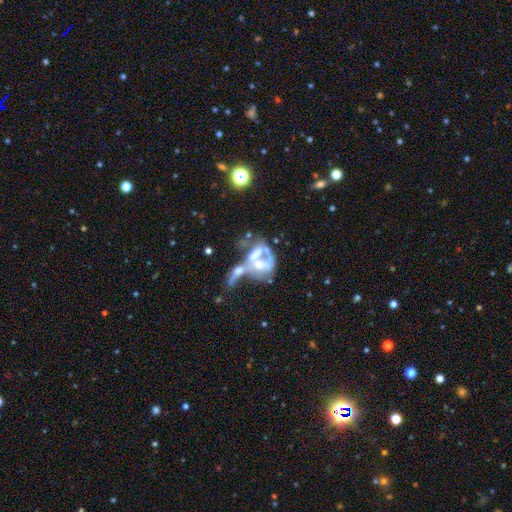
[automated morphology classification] Smooth or featured? Predicted: featured or disk (p=0.64). Edge-on disk? Predicted: no (p=0.95). Bar? Predicted: no (p=0.72). Spiral arms? Predicted: no (p=0.69). Bulge size? Predicted: none (p=0.34). Merging? Predicted: merger (p=0.64).